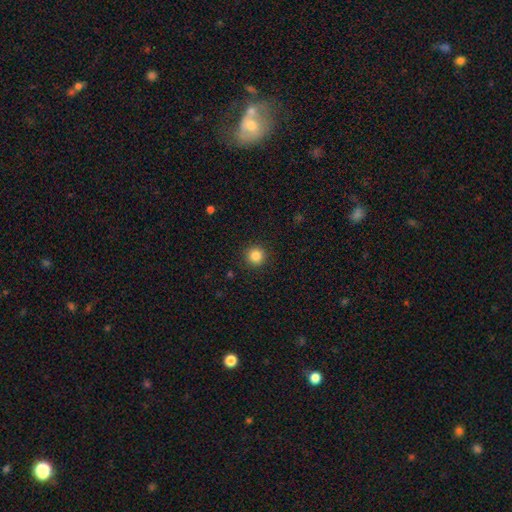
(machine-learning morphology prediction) smooth-or-featured: smooth: 85% | star or artifact: 11% | featured or disk: 4%
  how-rounded: round: 95% | in between: 4% | cigar-shaped: 1%
  merging: none: 92% | minor disturbance: 5% | major disturbance: 2% | merger: 1%